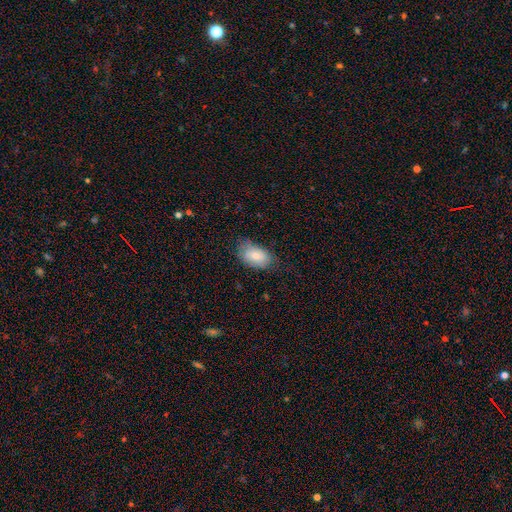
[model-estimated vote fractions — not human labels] Smooth or featured?
  - smooth: 79% *
  - featured or disk: 14%
  - star or artifact: 7%
How rounded?
  - in between: 93% *
  - round: 6%
  - cigar-shaped: 2%
Merging?
  - none: 65% *
  - minor disturbance: 27%
  - major disturbance: 7%
  - merger: 1%